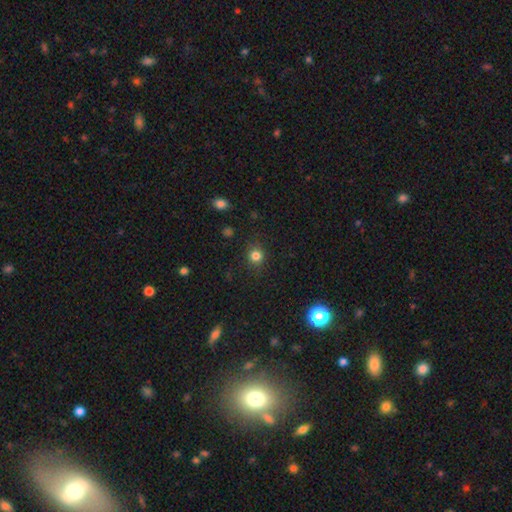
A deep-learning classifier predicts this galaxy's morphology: Smooth or featured: smooth — 81% (star or artifact — 14%)
How rounded: round — 90% (in between — 9%)
Merging: none — 88% (minor disturbance — 8%)